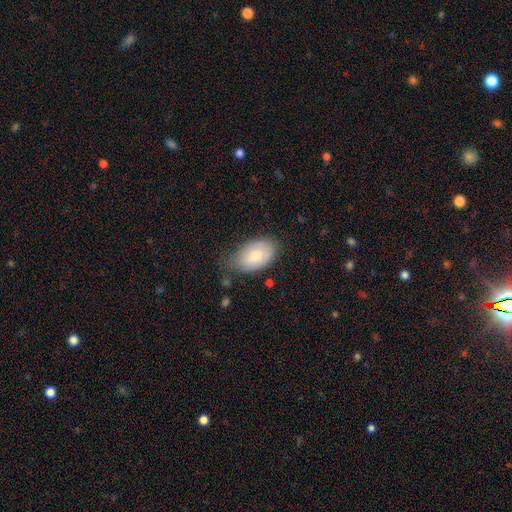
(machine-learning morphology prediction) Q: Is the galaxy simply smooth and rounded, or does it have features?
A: smooth — 76%.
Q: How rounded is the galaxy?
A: in between — 92%.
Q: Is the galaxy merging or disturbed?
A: none — 56%.